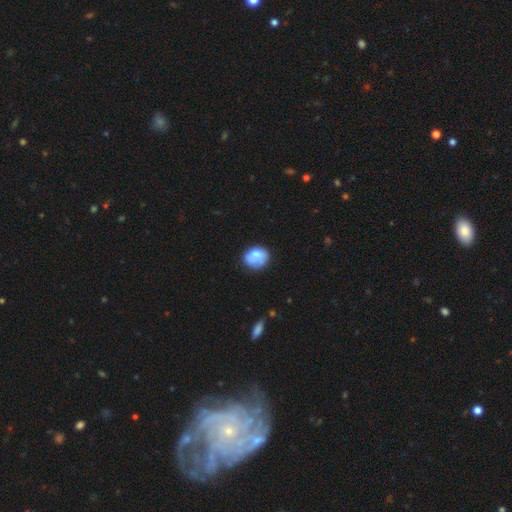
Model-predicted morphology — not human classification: This appears to be a smooth galaxy with no disk features (73%) that is round (55%). Merging: none (57%).